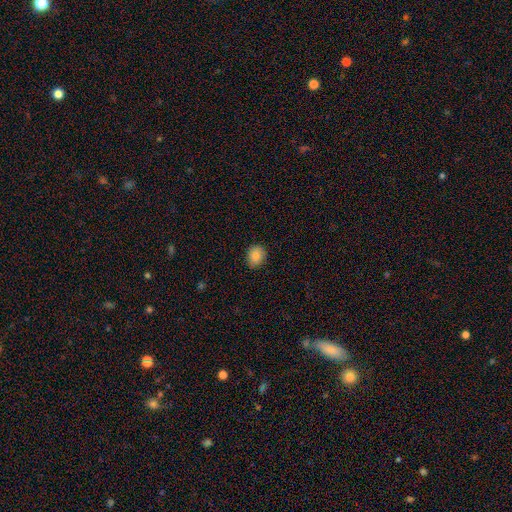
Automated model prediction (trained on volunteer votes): Overall: smooth (84%). How rounded: round (65%; in between 34%). Merging: none (87%).